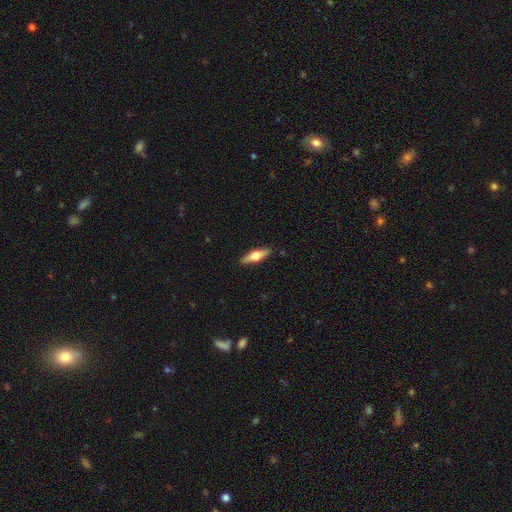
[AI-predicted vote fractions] Overall: featured or disk (52%; smooth 43%). Edge-on disk: yes (93%). Merging: none (89%).